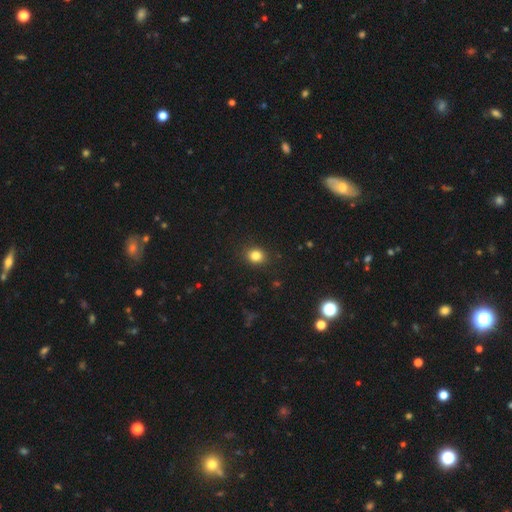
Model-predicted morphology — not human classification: Overall: smooth (83%). How rounded: round (70%). Merging: none (89%).